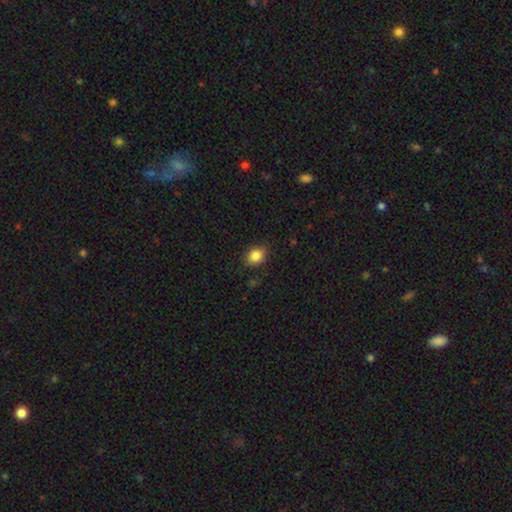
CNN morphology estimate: A smooth galaxy with no disk features (85%) that is round (51%). Merging: none (86%).